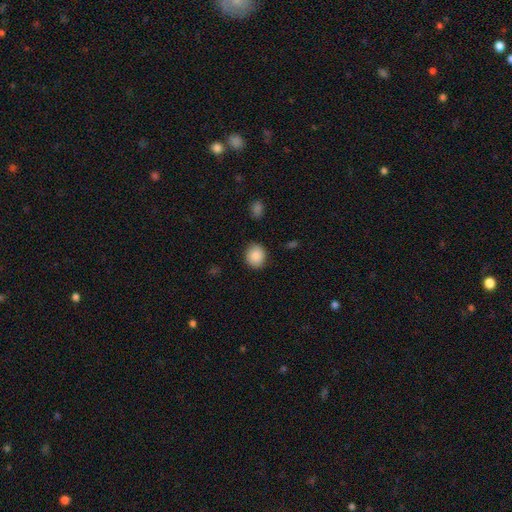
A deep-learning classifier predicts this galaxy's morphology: smooth_or_featured: smooth (p=0.87) [alt: star or artifact p=0.08]
how_rounded: round (p=0.76) [alt: in between p=0.23]
merging: none (p=0.86) [alt: minor disturbance p=0.10]